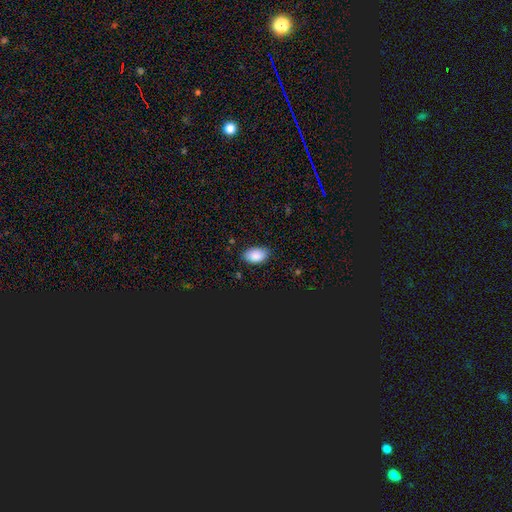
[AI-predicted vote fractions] This appears to be a smooth galaxy with no disk features (88%) that is in between round and cigar-shaped (92%). Merging: none (83%).